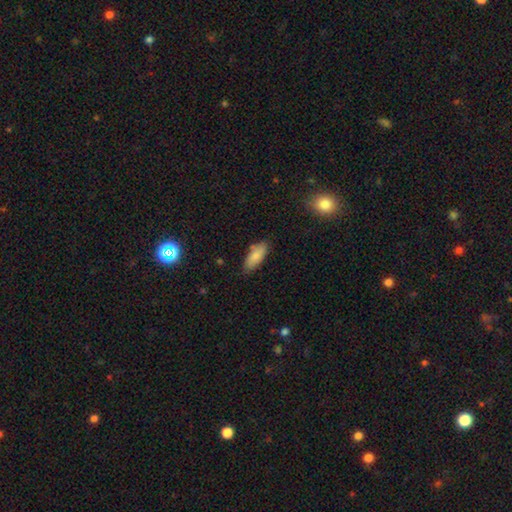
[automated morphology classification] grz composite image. It shows a smooth galaxy with no disk features (82%) that is in between round and cigar-shaped (78%). Merging: none (78%).